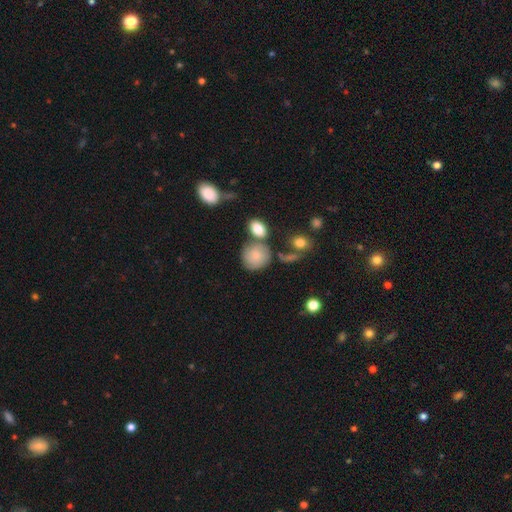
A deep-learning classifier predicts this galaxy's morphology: Overall: smooth (70%). How rounded: round (76%). Merging: none (55%; minor disturbance 19%).